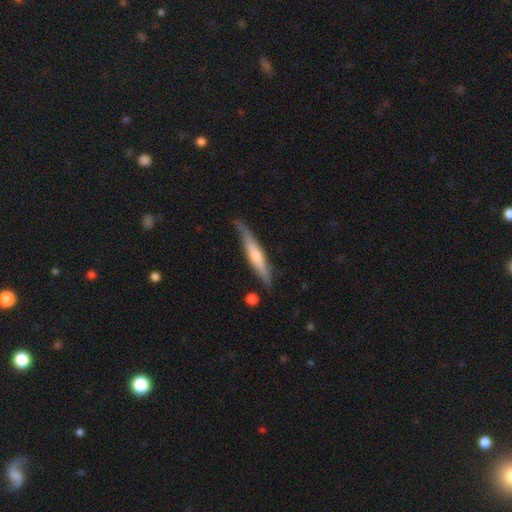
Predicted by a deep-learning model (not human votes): The model was most divided on "smooth or featured": featured or disk: 60%, smooth: 34%, star or artifact: 6%. More confident: edge-on disk — yes (94%); merging — none (79%); edge-on bulge — rounded (68%).